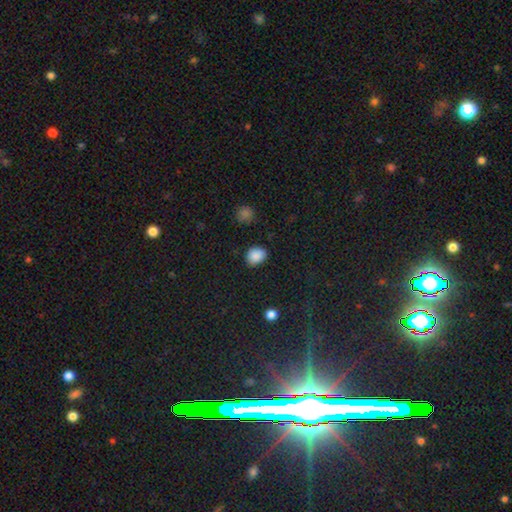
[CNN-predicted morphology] Q: Smooth or featured?
A: smooth (87%); runner-up: star or artifact (10%)
Q: How rounded?
A: in between (54%); runner-up: round (45%)
Q: Merging?
A: none (81%); runner-up: minor disturbance (15%)